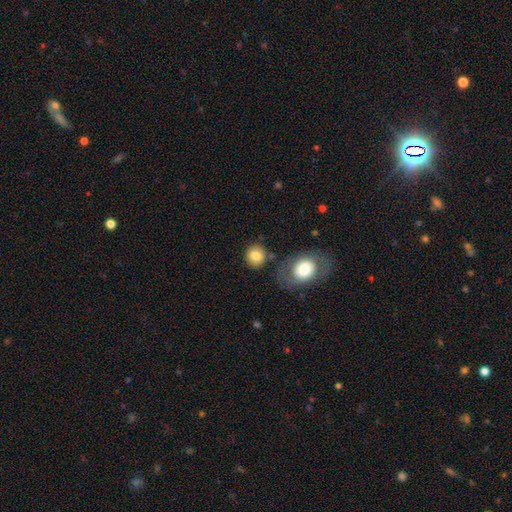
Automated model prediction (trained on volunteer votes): Smooth or featured? Predicted: smooth (p=0.82). How rounded? Predicted: round (p=0.78). Merging? Predicted: none (p=0.74).